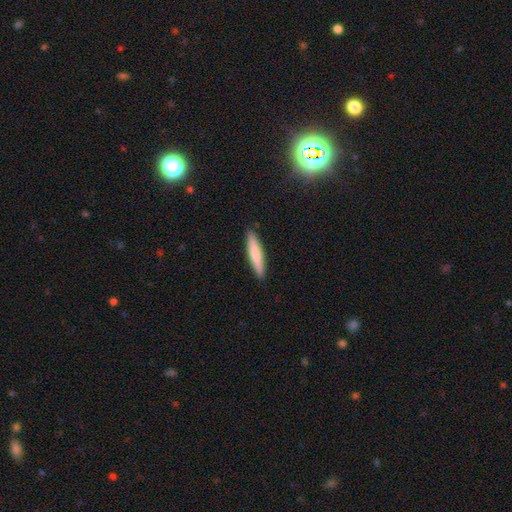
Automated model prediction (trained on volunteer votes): The model was most divided on "smooth or featured": smooth: 79%, featured or disk: 16%, star or artifact: 5%. More confident: merging — none (91%); how rounded — cigar-shaped (89%).